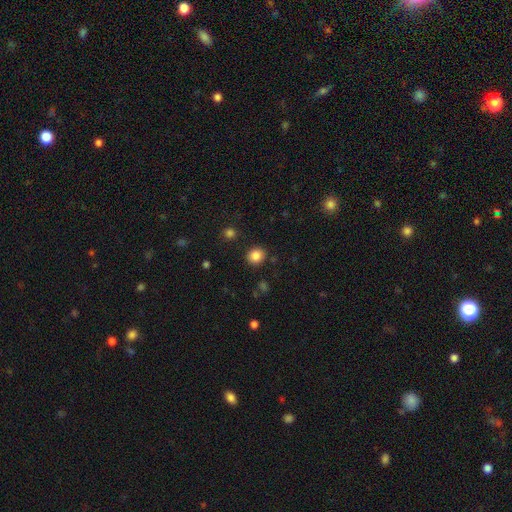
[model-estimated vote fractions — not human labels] Smooth or featured: smooth — 86% (star or artifact — 10%)
How rounded: round — 77% (in between — 22%)
Merging: none — 88% (minor disturbance — 7%)